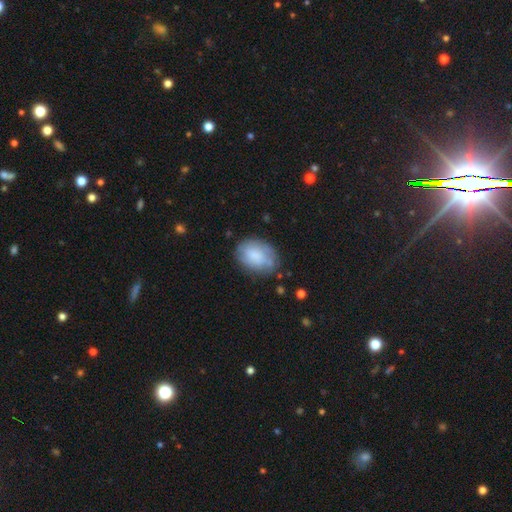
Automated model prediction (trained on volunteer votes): Overall: smooth (66%; featured or disk 26%). How rounded: in between (74%). Merging: none (64%; minor disturbance 24%).